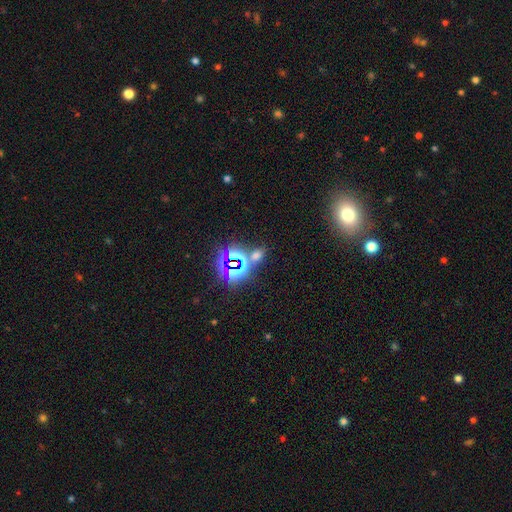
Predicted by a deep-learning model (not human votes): Smooth or featured: star or artifact — 51% (smooth — 42%)